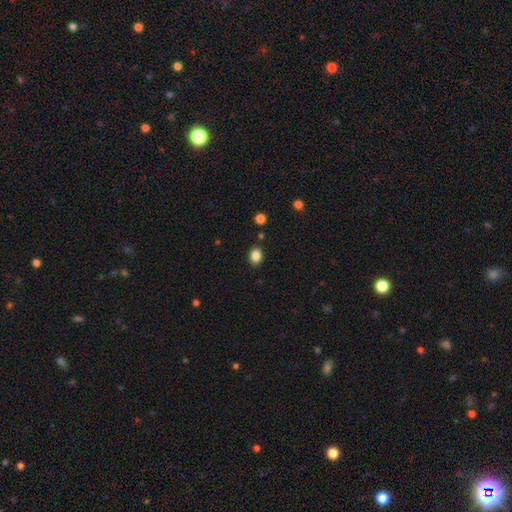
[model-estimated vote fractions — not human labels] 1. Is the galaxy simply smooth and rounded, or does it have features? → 85% smooth, 11% star or artifact, 5% featured or disk.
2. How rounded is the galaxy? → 55% in between, 44% round, 1% cigar-shaped.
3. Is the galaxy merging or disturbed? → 85% none, 10% minor disturbance, 3% merger, 3% major disturbance.